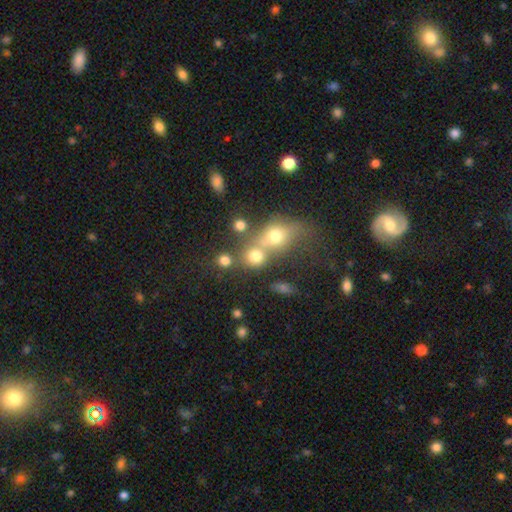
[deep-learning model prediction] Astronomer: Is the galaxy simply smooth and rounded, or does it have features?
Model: smooth — 72%.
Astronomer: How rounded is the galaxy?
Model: round — 77%.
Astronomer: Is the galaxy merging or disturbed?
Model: none — 43% (runner-up: merger, 42%).